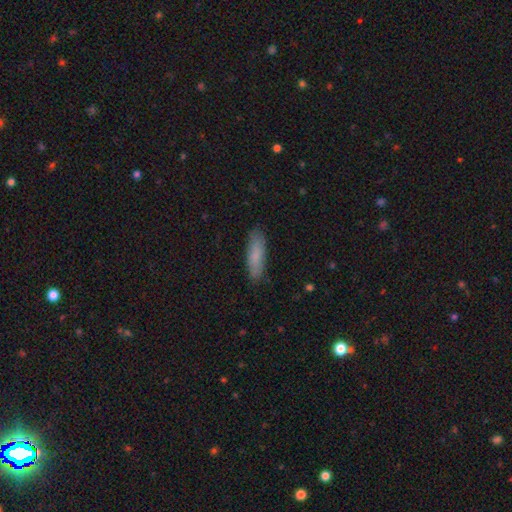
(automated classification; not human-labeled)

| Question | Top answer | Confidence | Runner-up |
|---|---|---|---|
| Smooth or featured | smooth | 80% | featured or disk (14%) |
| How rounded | cigar-shaped | 54% | in between (44%) |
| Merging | none | 86% | minor disturbance (11%) |